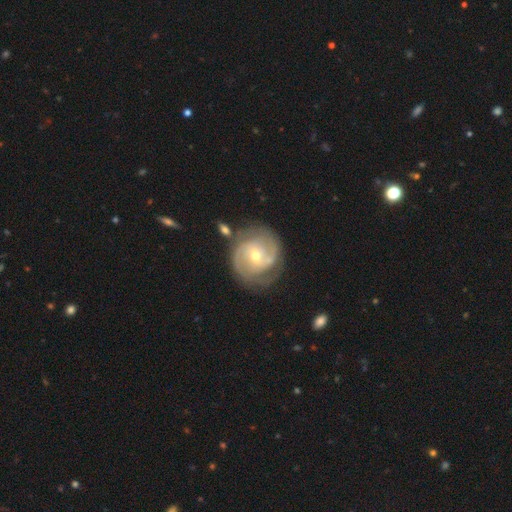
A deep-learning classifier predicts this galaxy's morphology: A featured or disk galaxy (87%) with no bar (51%), 2 (58%) tight (58%) spiral arms (96%) and a moderate central bulge (54%). Merging: none (71%).